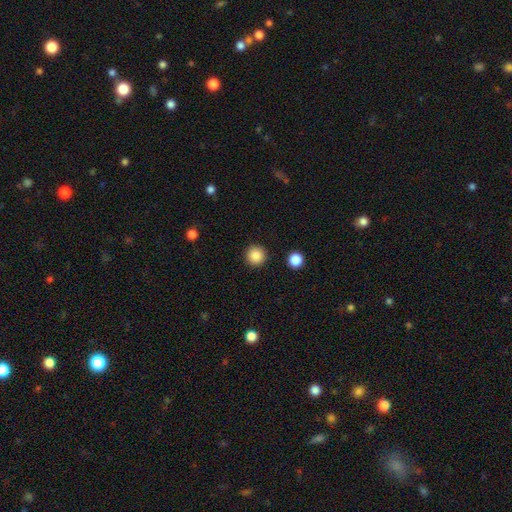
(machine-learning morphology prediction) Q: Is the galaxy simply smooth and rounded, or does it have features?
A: smooth — 87%.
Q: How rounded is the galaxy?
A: round — 96%.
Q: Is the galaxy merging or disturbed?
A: none — 92%.